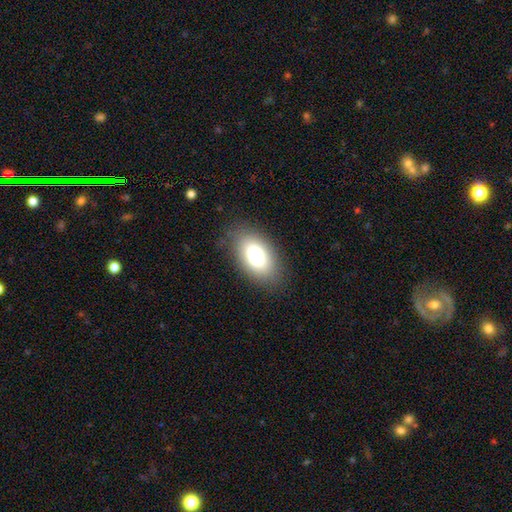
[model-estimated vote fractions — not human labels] A smooth galaxy with no disk features (80%) that is in between round and cigar-shaped (92%).

Vote fractions:
- Smooth or featured? smooth: 80% / featured or disk: 11% / star or artifact: 9%
- How rounded? in between: 92% / round: 6% / cigar-shaped: 2%
- Merging? none: 83% / minor disturbance: 12% / major disturbance: 4% / merger: 1%